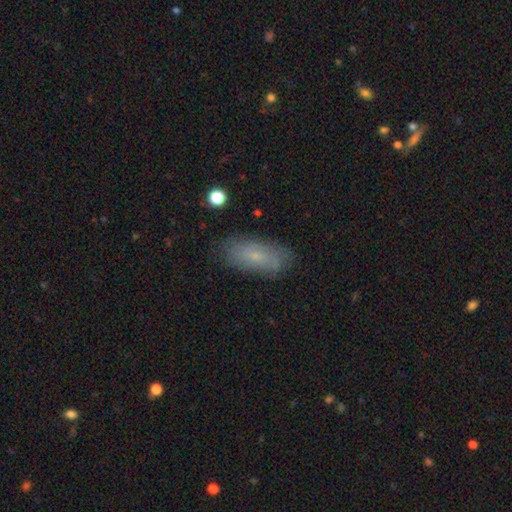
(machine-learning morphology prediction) Smooth or featured?
  - smooth: 64% *
  - featured or disk: 27%
  - star or artifact: 9%
How rounded?
  - in between: 80% *
  - cigar-shaped: 17%
  - round: 3%
Merging?
  - none: 79% *
  - minor disturbance: 15%
  - major disturbance: 4%
  - merger: 2%